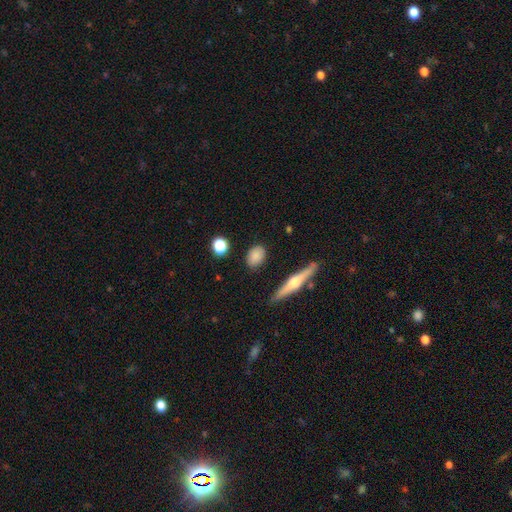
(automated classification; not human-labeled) Smooth or featured: smooth — 81% (featured or disk — 11%)
How rounded: in between — 57% (round — 38%)
Merging: none — 85% (minor disturbance — 10%)